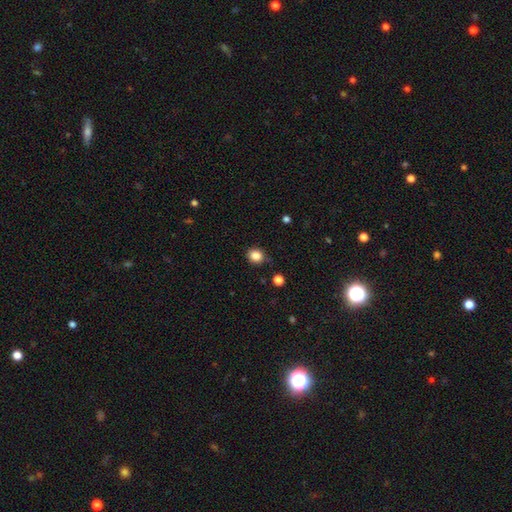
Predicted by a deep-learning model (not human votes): This appears to be a smooth galaxy with no disk features (85%) that is round (78%). Merging: none (83%).